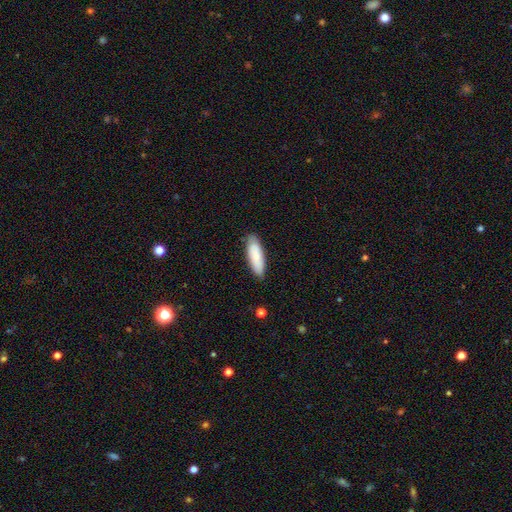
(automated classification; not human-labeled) Morphology: type=smooth (84%); roundness=in between (52%); merging=none (83%).